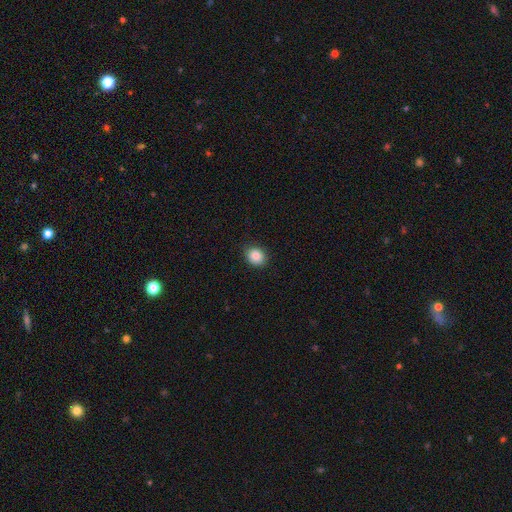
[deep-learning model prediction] Q: Smooth or featured?
A: smooth (86%); runner-up: star or artifact (9%)
Q: How rounded?
A: round (62%); runner-up: in between (37%)
Q: Merging?
A: none (86%); runner-up: minor disturbance (11%)